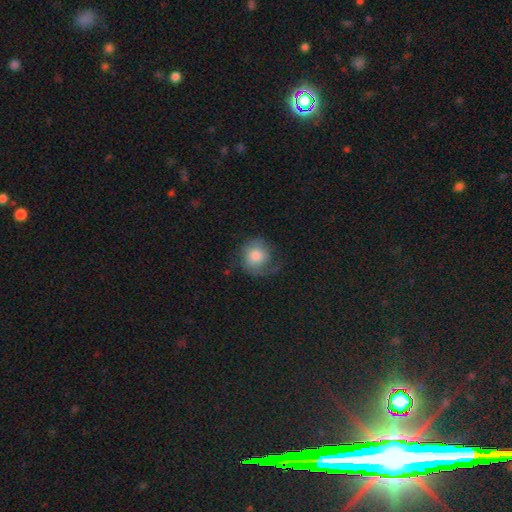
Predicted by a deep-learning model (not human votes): A smooth galaxy with no disk features (59%) that is round (80%).

Vote fractions:
- Smooth or featured? smooth: 59% / featured or disk: 33% / star or artifact: 8%
- How rounded? round: 80% / in between: 19% / cigar-shaped: 1%
- Merging? none: 50% / minor disturbance: 24% / major disturbance: 24% / merger: 2%